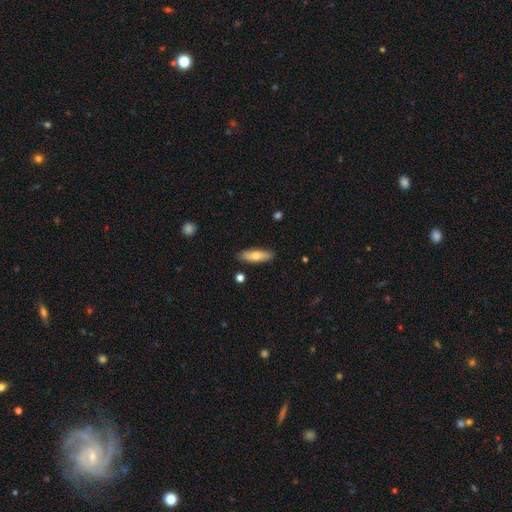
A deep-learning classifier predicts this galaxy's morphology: A smooth galaxy with no disk features (68%) that is cigar-shaped (49%).

Vote fractions:
- Smooth or featured? smooth: 68% / featured or disk: 26% / star or artifact: 6%
- How rounded? cigar-shaped: 49% / in between: 48% / round: 2%
- Merging? none: 88% / minor disturbance: 9% / major disturbance: 2% / merger: 1%